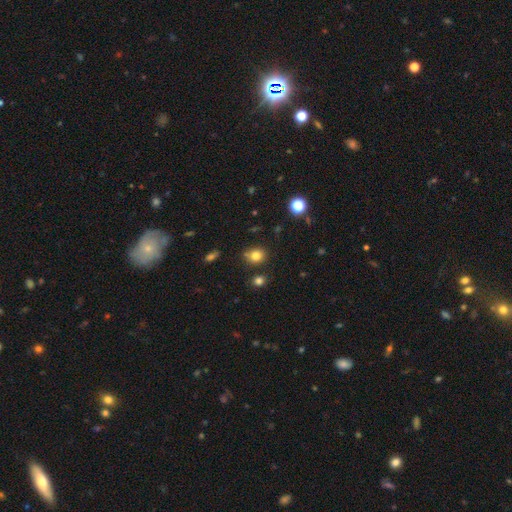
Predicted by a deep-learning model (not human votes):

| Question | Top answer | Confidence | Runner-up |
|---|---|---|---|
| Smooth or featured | smooth | 80% | star or artifact (13%) |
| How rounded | round | 75% | in between (24%) |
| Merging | none | 74% | minor disturbance (16%) |